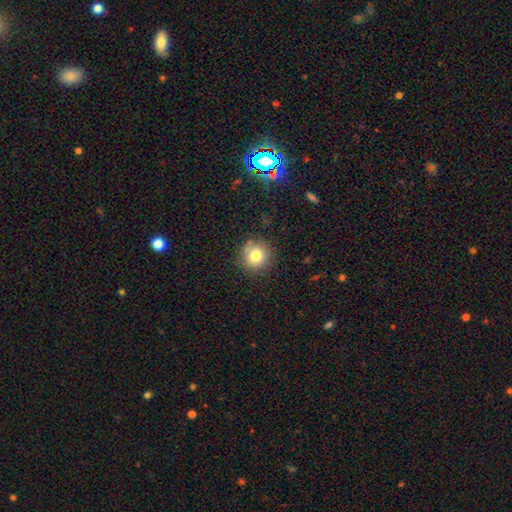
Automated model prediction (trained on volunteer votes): A smooth galaxy with no disk features (78%) that is round (94%).

Vote fractions:
- Smooth or featured? smooth: 78% / star or artifact: 12% / featured or disk: 9%
- How rounded? round: 94% / in between: 5% / cigar-shaped: 1%
- Merging? none: 84% / minor disturbance: 10% / major disturbance: 3% / merger: 3%